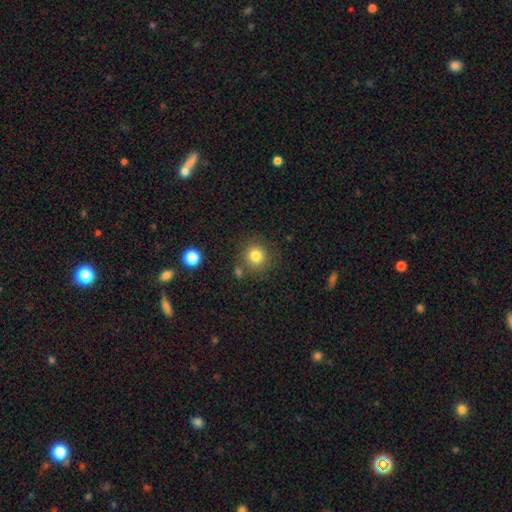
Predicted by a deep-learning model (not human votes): smooth_or_featured: smooth (p=0.81) [alt: star or artifact p=0.11]
how_rounded: round (p=0.90) [alt: in between p=0.09]
merging: none (p=0.78) [alt: minor disturbance p=0.11]